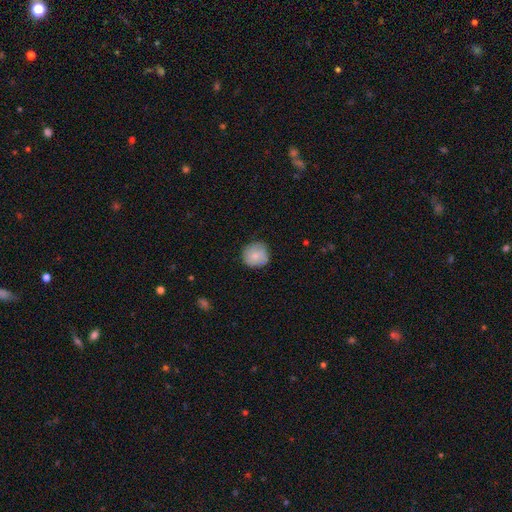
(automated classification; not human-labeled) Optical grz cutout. It shows a smooth galaxy with no disk features (76%) that is round (91%). Merging: none (77%).